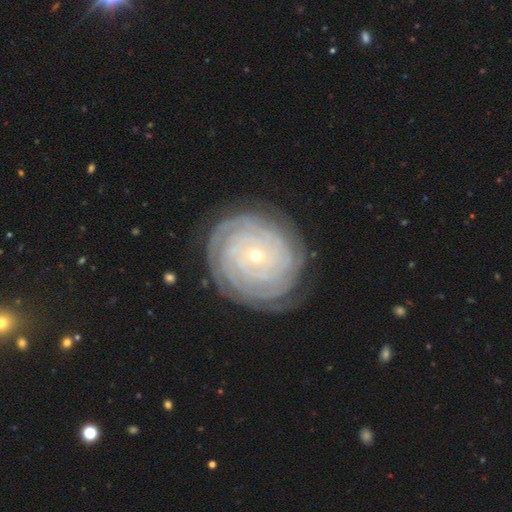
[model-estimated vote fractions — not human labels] Q: Smooth or featured?
A: featured or disk (87%); runner-up: smooth (7%)
Q: Edge-on disk?
A: no (98%); runner-up: yes (2%)
Q: Bar?
A: no (72%); runner-up: weak (20%)
Q: Spiral arms?
A: yes (97%); runner-up: no (3%)
Q: Spiral winding?
A: tight (92%); runner-up: medium (7%)
Q: Spiral arm count?
A: can't tell (26%); runner-up: more than 4 (24%)
Q: Bulge size?
A: small (76%); runner-up: moderate (22%)
Q: Merging?
A: none (83%); runner-up: minor disturbance (12%)